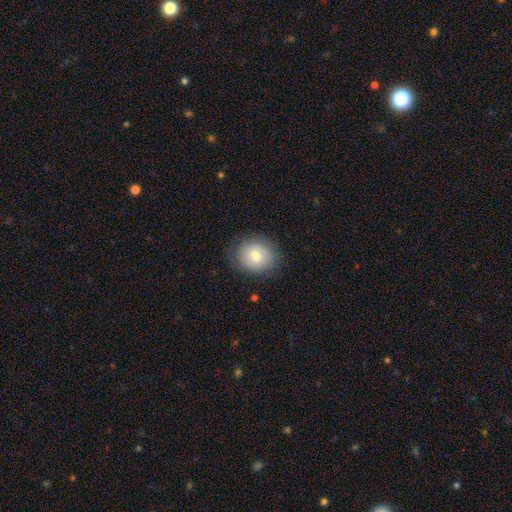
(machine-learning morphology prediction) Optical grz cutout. It shows a smooth galaxy with no disk features (77%) that is round (69%). Merging: none (81%).